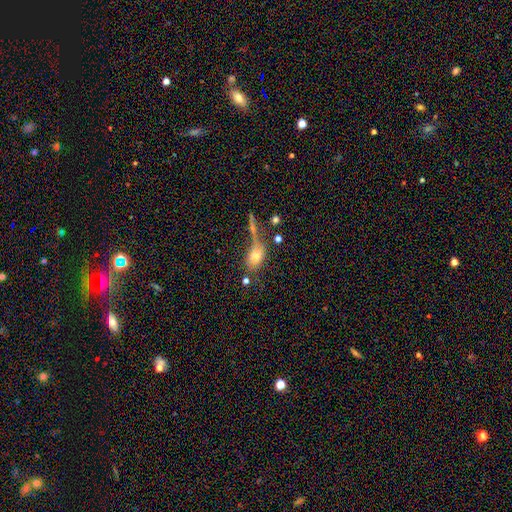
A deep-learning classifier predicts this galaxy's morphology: Smooth or featured?
  - smooth: 64% *
  - featured or disk: 24%
  - star or artifact: 12%
How rounded?
  - in between: 77% *
  - round: 14%
  - cigar-shaped: 9%
Merging?
  - none: 38% *
  - merger: 28%
  - major disturbance: 17%
  - minor disturbance: 17%